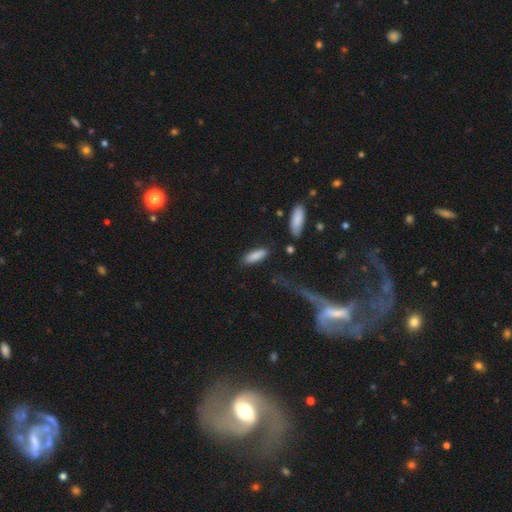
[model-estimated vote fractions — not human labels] Morphology: type=smooth (87%); roundness=in between (54%); merging=none (80%).